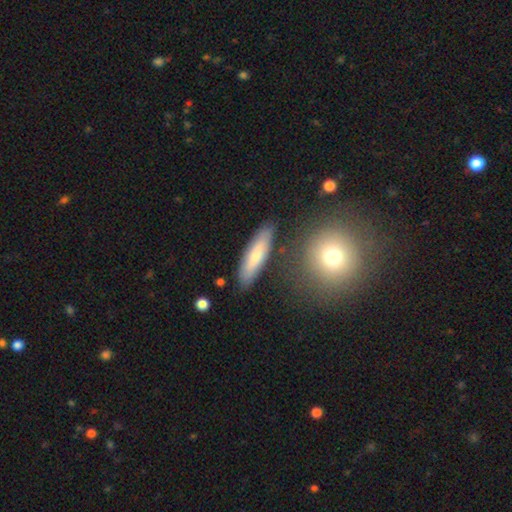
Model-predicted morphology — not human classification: This appears to be a smooth galaxy with no disk features (70%) that is cigar-shaped (69%). Merging: none (82%).